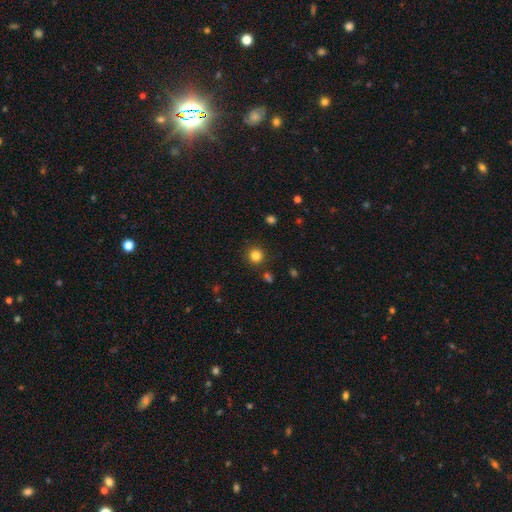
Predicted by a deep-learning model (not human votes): This is clearly a smooth galaxy (83%). How rounded: clearly round (93%). Merging: clearly none (89%).